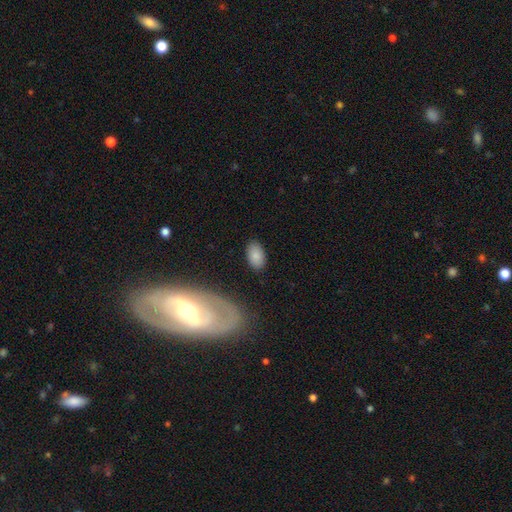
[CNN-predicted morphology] smooth-or-featured: smooth: 85% | featured or disk: 8% | star or artifact: 8%
  how-rounded: in between: 93% | round: 5% | cigar-shaped: 2%
  merging: none: 85% | minor disturbance: 10% | major disturbance: 3% | merger: 2%